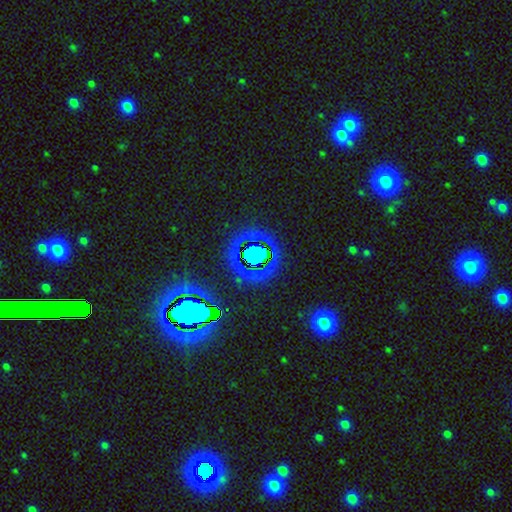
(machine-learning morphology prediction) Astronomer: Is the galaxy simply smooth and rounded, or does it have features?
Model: star or artifact — 75%.